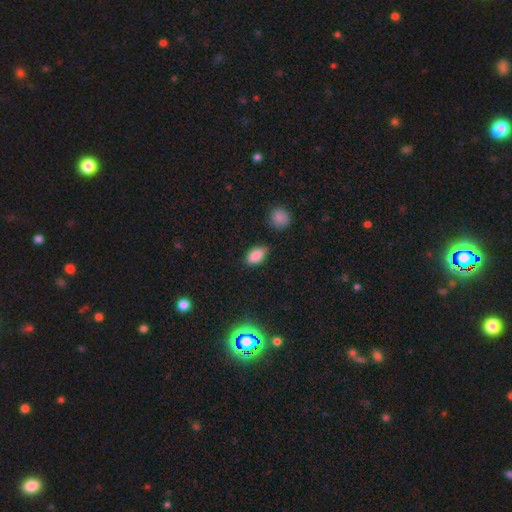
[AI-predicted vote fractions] This is clearly a smooth galaxy (85%). How rounded: clearly in between (90%). Merging: likely none (76%).